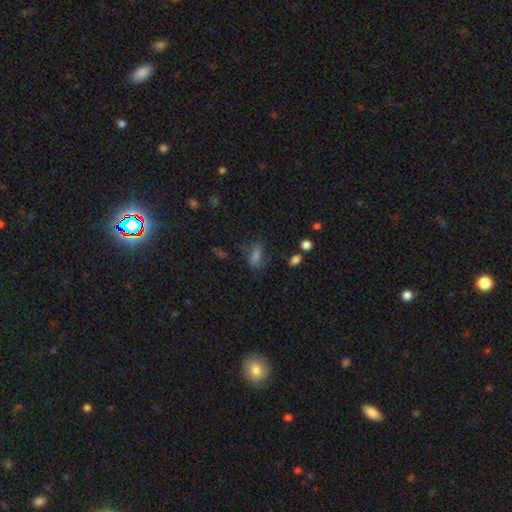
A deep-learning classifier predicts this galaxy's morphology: Smooth or featured: smooth — 56% (star or artifact — 27%)
How rounded: in between — 75% (cigar-shaped — 13%)
Merging: none — 59% (minor disturbance — 22%)